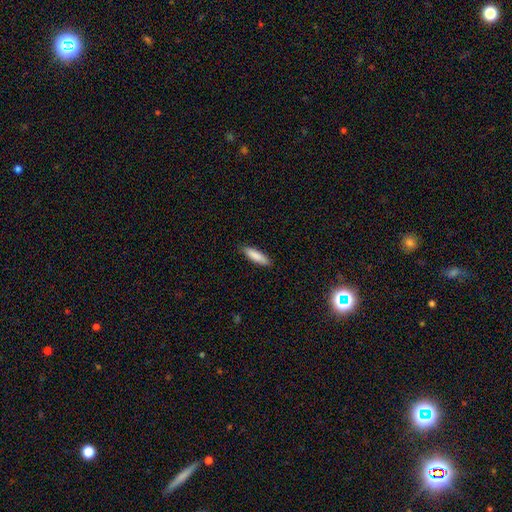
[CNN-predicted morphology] This is clearly a smooth galaxy (85%). How rounded: likely cigar-shaped (67%). Merging: clearly none (86%).